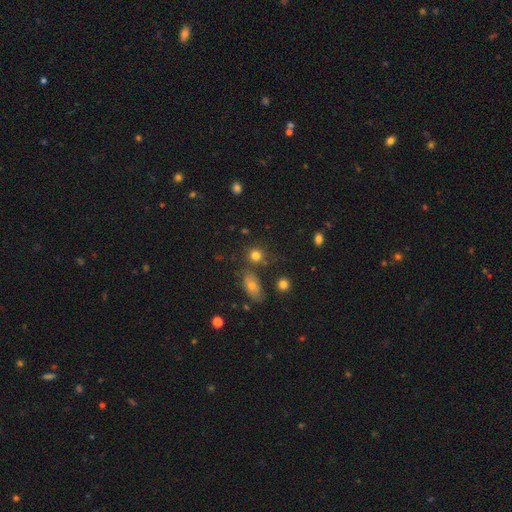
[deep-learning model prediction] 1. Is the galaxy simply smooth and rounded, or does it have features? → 80% smooth, 13% star or artifact, 7% featured or disk.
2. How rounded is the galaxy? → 81% round, 18% in between, 2% cigar-shaped.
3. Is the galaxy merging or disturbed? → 71% none, 13% merger, 11% minor disturbance, 4% major disturbance.